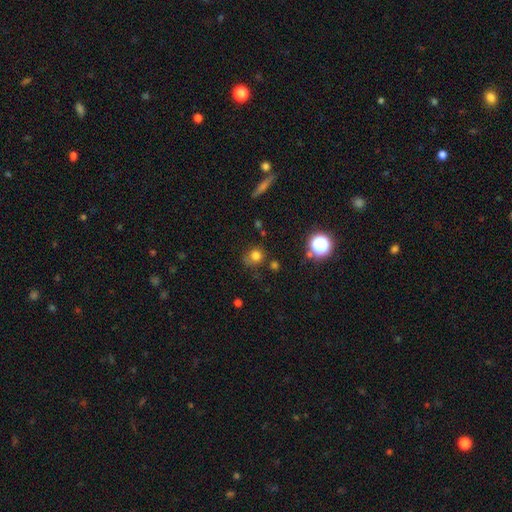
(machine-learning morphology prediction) The model was most divided on "merging": none: 63%, minor disturbance: 21%, major disturbance: 9%, merger: 6%. More confident: how rounded — round (82%); smooth or featured — smooth (74%).